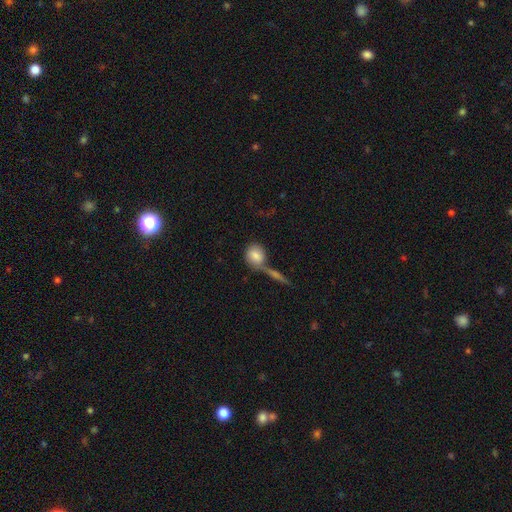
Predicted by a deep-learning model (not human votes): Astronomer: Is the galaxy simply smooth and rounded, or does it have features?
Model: smooth — 79%.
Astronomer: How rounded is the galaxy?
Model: round — 68%.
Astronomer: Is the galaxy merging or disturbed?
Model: none — 45% (runner-up: merger, 36%).